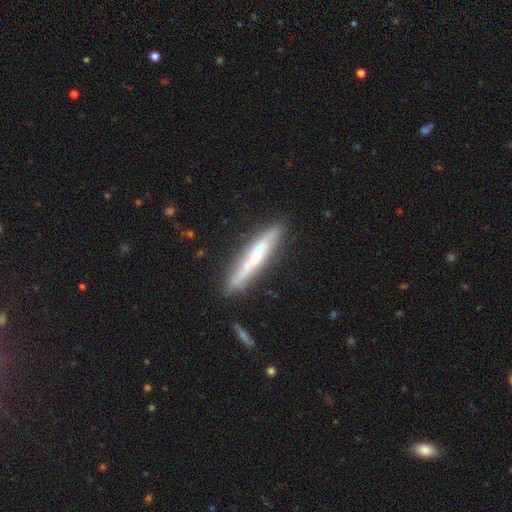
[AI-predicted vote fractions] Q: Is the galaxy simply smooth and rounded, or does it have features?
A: featured or disk — 59%.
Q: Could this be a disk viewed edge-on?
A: yes — 85%.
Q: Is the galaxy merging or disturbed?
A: none — 82%.